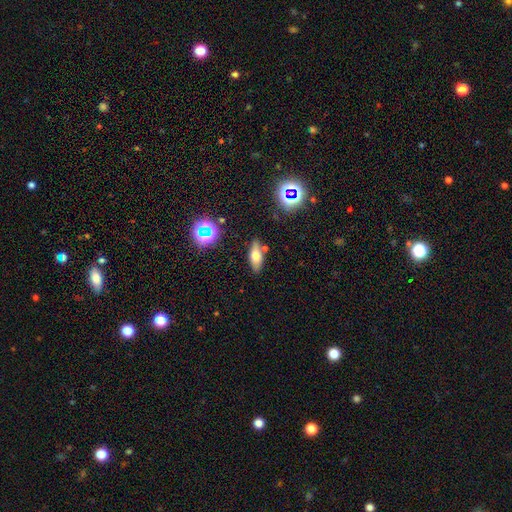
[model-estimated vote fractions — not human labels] Morphology: type=smooth (58%); roundness=in between (66%); merging=none (78%).